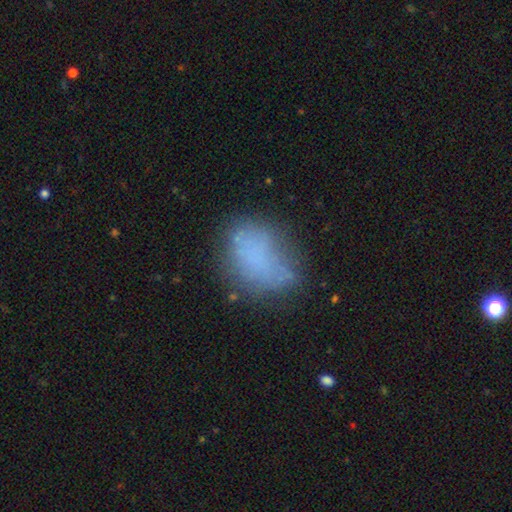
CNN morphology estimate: This is likely a smooth galaxy (62%). How rounded: likely in between (72%). Merging: possibly none (50%).